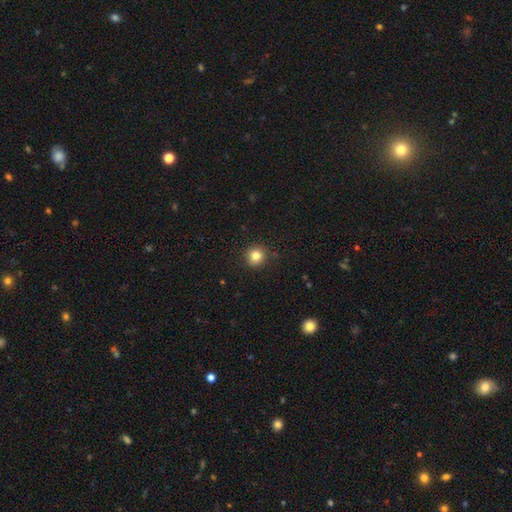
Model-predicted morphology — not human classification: type=smooth (83%); roundness=round (92%); merging=none (91%).